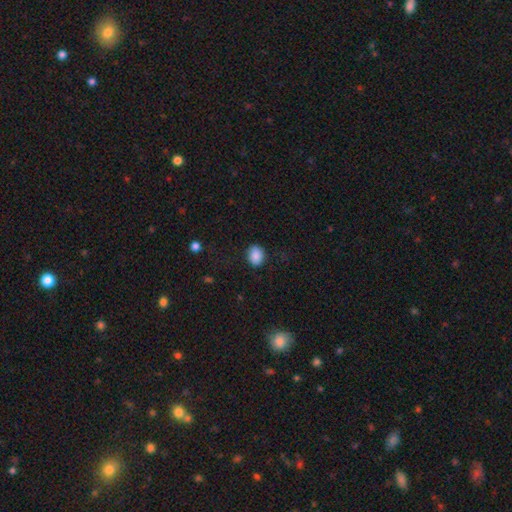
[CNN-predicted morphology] This appears to be a smooth galaxy with no disk features (88%) that is in between round and cigar-shaped (58%). Merging: none (85%).